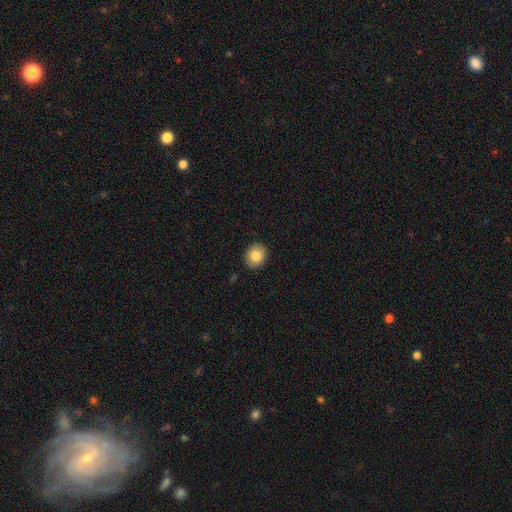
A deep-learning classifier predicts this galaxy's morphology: smooth_or_featured: smooth (p=0.83) [alt: featured or disk p=0.09]
how_rounded: round (p=0.64) [alt: in between p=0.35]
merging: none (p=0.90) [alt: minor disturbance p=0.07]